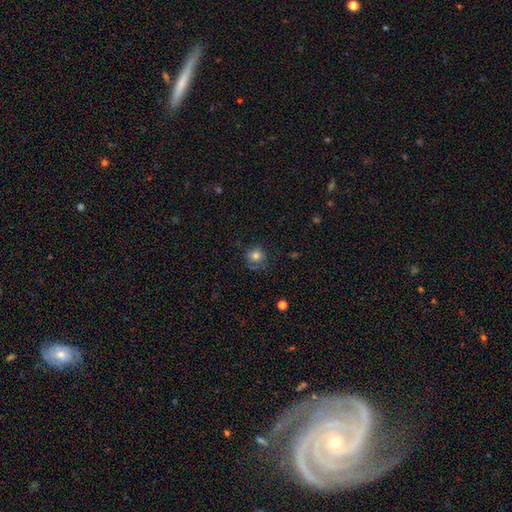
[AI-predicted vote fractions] Smooth or featured? Predicted: smooth (p=0.77). How rounded? Predicted: round (p=0.88). Merging? Predicted: none (p=0.72).